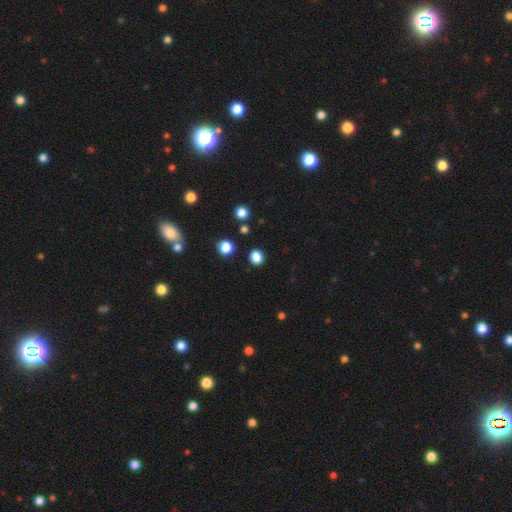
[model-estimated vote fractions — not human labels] The model was most divided on "how rounded": round: 82%, in between: 17%, cigar-shaped: 1%. More confident: merging — none (88%); smooth or featured — smooth (81%).